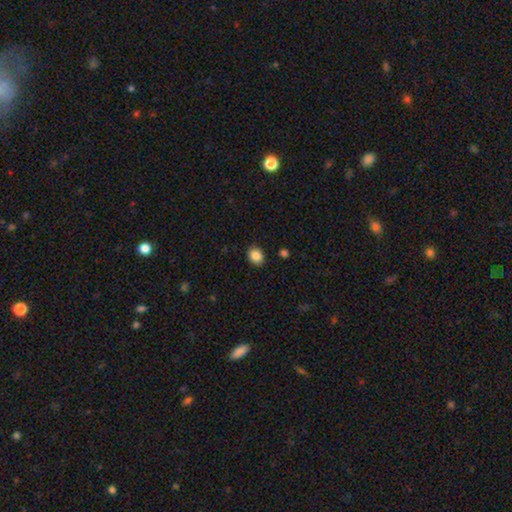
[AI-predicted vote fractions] smooth_or_featured: smooth (p=0.87) [alt: star or artifact p=0.09]
how_rounded: in between (p=0.53) [alt: round p=0.46]
merging: none (p=0.86) [alt: minor disturbance p=0.10]